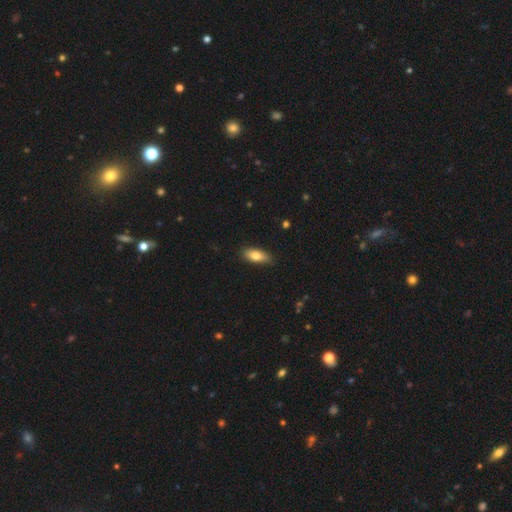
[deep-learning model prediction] This appears to be a smooth galaxy with no disk features (80%) that is in between round and cigar-shaped (78%). Merging: none (82%).